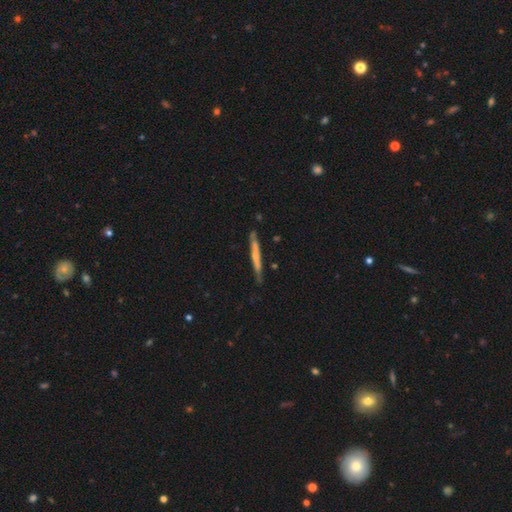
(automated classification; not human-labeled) Smooth or featured? featured or disk (53%)
Edge-on disk? yes (93%)
Merging? none (79%)